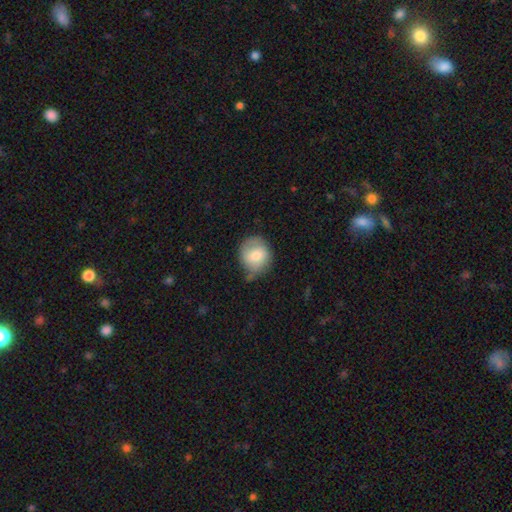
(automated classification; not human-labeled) This appears to be a smooth galaxy with no disk features (70%) that is round (77%). Merging: none (63%).